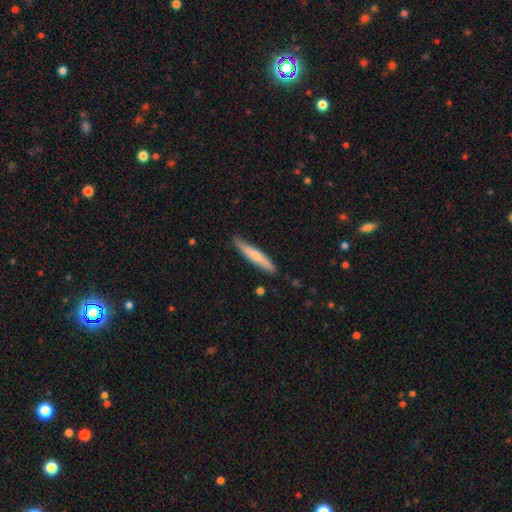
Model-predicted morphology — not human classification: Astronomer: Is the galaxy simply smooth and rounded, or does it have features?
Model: smooth — 63%.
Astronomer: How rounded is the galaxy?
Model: cigar-shaped — 93%.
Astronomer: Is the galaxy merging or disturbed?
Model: none — 84%.